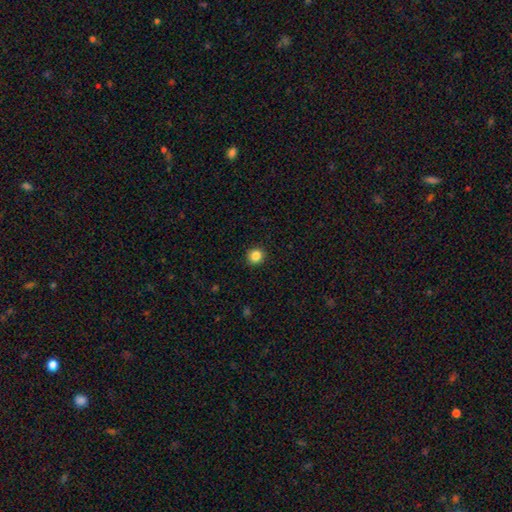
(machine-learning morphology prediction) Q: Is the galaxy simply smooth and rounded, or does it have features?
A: smooth — 86%.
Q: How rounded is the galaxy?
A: round — 91%.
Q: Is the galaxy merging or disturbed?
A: none — 92%.